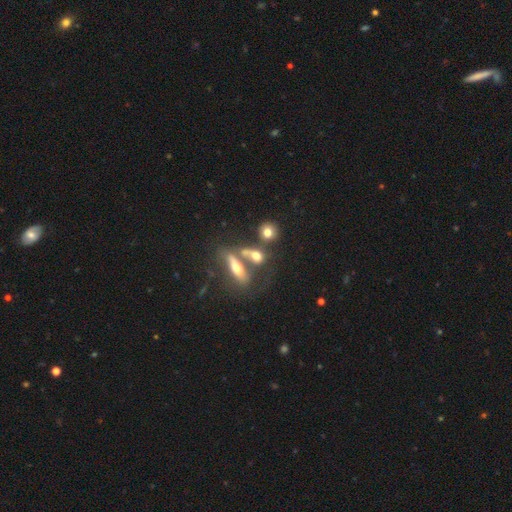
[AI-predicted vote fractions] smooth 56%, featured or disk 32%, star or artifact 12%. Down the decision tree: how rounded — in between (47%); merging — merger (42%).